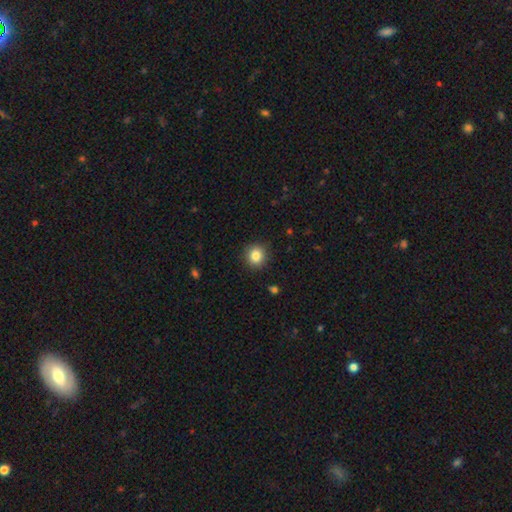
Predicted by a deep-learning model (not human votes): Morphology: type=smooth (84%); roundness=round (90%); merging=none (90%).